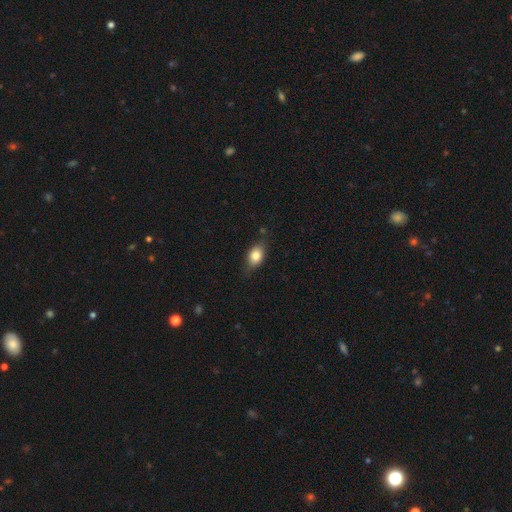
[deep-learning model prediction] Overall: smooth (79%). How rounded: in between (79%). Merging: none (75%).